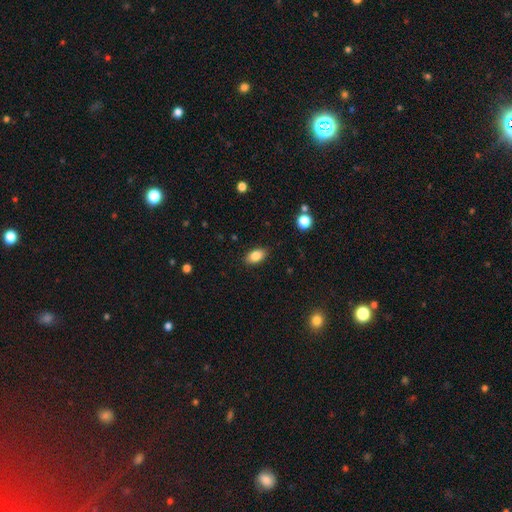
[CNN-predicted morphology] This is clearly a smooth galaxy (84%). How rounded: clearly in between (89%). Merging: clearly none (87%).